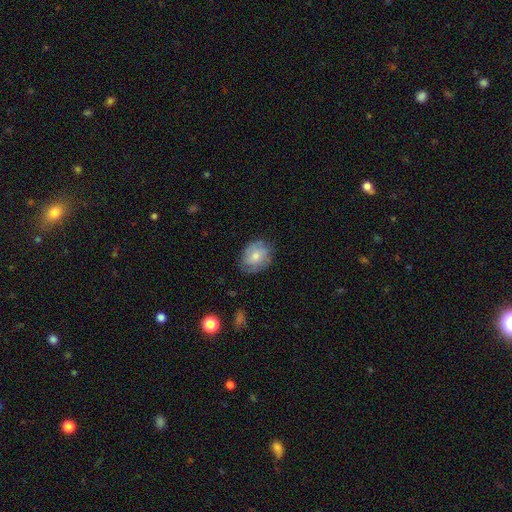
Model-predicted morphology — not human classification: Overall: smooth (53%; featured or disk 40%). How rounded: in between (57%; round 42%). Merging: none (69%).